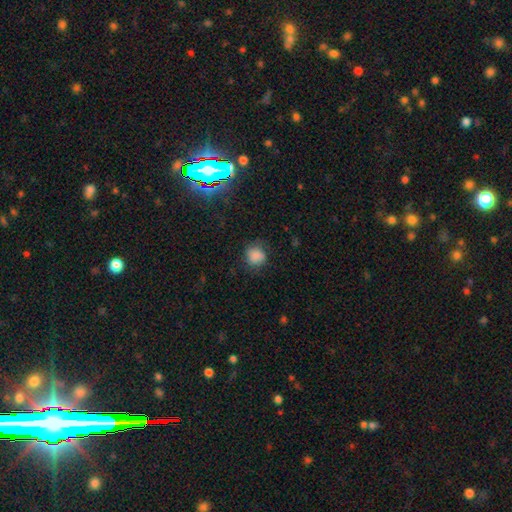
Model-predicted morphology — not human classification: Smooth or featured?
  - smooth: 82% *
  - star or artifact: 11%
  - featured or disk: 7%
How rounded?
  - round: 77% *
  - in between: 22%
  - cigar-shaped: 1%
Merging?
  - none: 69% *
  - minor disturbance: 21%
  - major disturbance: 8%
  - merger: 1%